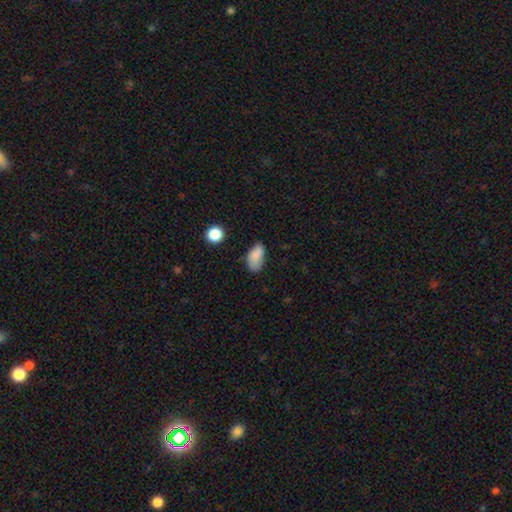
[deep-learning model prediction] Morphology: type=smooth (83%); roundness=in between (91%); merging=none (61%).